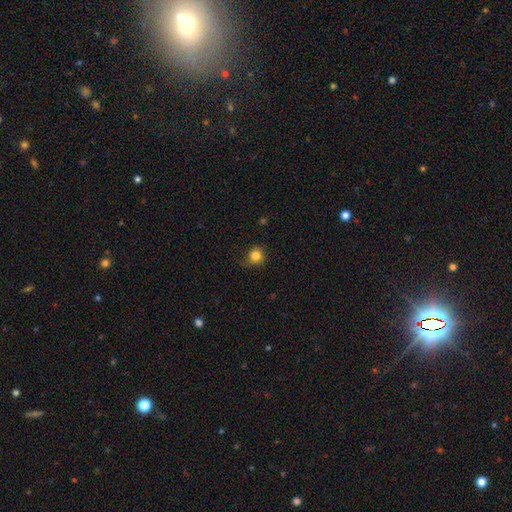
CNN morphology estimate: Smooth or featured? Predicted: smooth (p=0.83). How rounded? Predicted: round (p=0.89). Merging? Predicted: none (p=0.70).